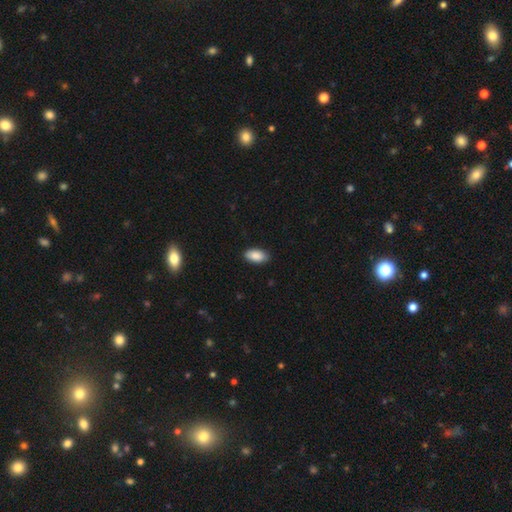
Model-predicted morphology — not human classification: Smooth or featured: smooth — 89% (star or artifact — 7%)
How rounded: in between — 94% (cigar-shaped — 4%)
Merging: none — 88% (minor disturbance — 9%)